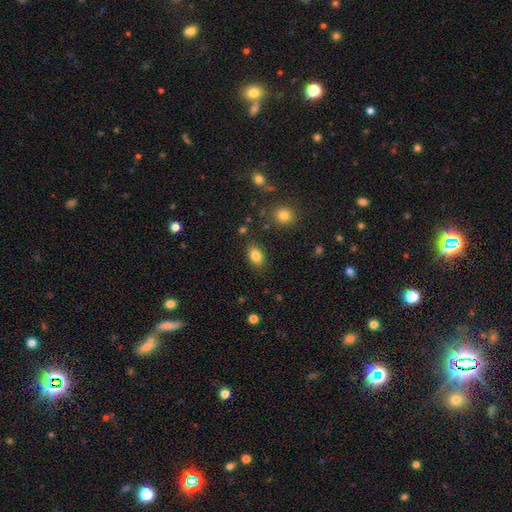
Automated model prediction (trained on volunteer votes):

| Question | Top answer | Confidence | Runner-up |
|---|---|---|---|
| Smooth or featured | smooth | 84% | star or artifact (9%) |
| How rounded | in between | 80% | round (19%) |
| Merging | none | 83% | minor disturbance (11%) |